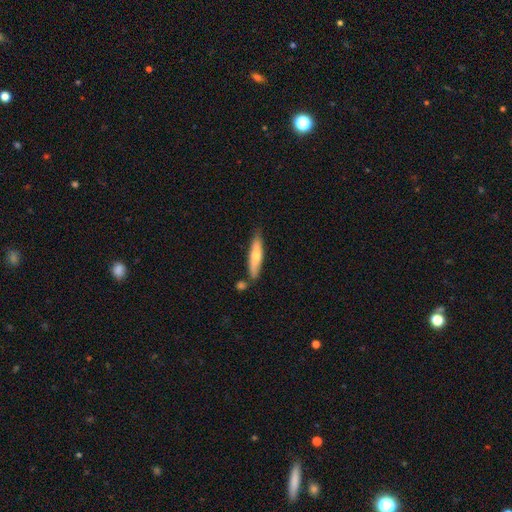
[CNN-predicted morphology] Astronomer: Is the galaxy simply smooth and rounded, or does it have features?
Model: smooth — 62%.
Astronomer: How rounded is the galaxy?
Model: cigar-shaped — 78%.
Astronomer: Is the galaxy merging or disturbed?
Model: none — 71%.